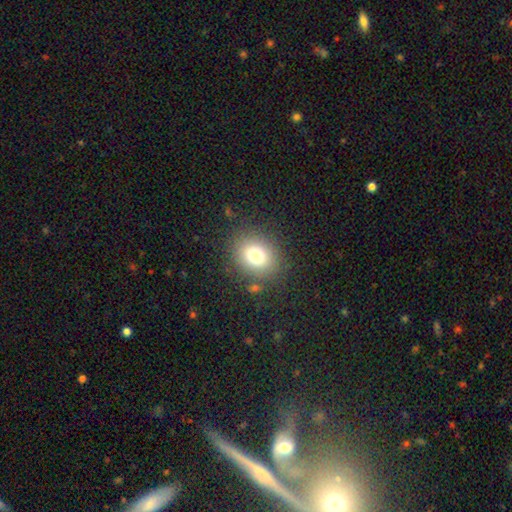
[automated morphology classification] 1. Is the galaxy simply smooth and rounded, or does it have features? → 76% smooth, 13% star or artifact, 11% featured or disk.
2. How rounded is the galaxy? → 65% round, 34% in between, 1% cigar-shaped.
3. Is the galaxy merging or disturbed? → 83% none, 10% minor disturbance, 5% major disturbance, 3% merger.